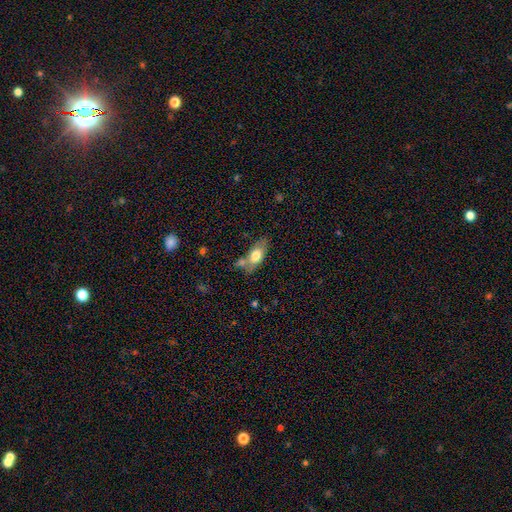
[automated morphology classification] type=smooth (71%); roundness=in between (84%); merging=none (52%).